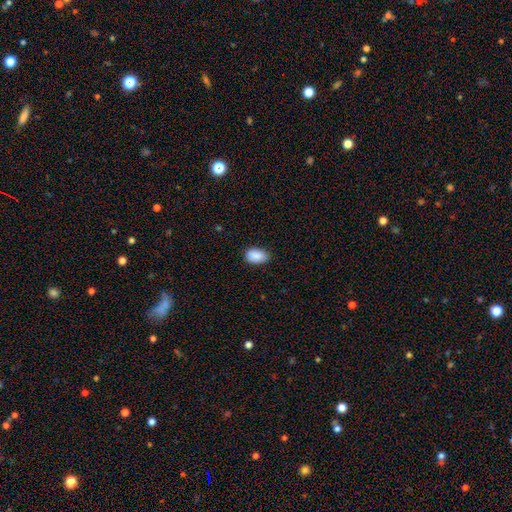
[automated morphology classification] type=smooth (89%); roundness=in between (90%); merging=none (80%).